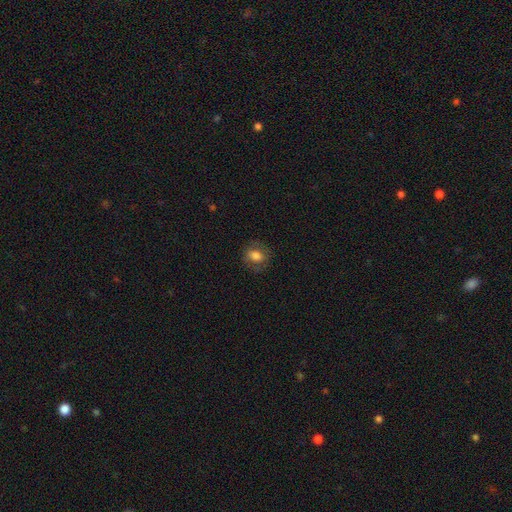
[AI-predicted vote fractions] This appears to be a smooth galaxy with no disk features (74%) that is in between round and cigar-shaped (53%). Merging: none (78%).